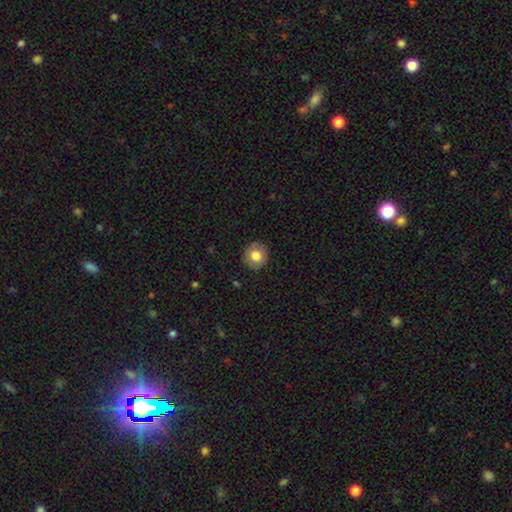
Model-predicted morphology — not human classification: This appears to be a smooth galaxy with no disk features (76%) that is round (87%). Merging: none (89%).